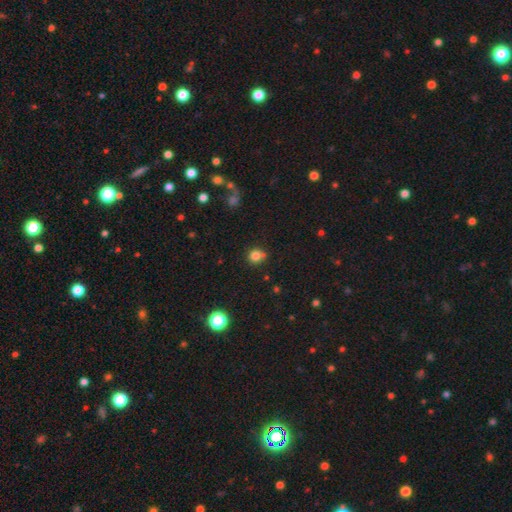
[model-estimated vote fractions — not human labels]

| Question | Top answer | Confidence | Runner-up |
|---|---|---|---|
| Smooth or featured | smooth | 80% | star or artifact (14%) |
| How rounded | round | 84% | in between (15%) |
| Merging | none | 67% | minor disturbance (16%) |